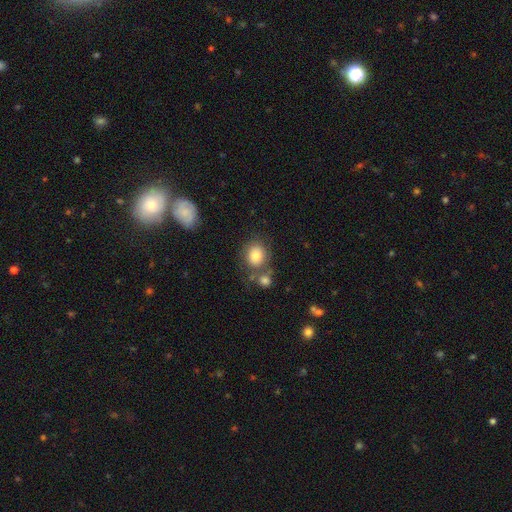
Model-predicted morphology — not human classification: A smooth galaxy with no disk features (80%) that is round (74%).

Vote fractions:
- Smooth or featured? smooth: 80% / featured or disk: 11% / star or artifact: 9%
- How rounded? round: 74% / in between: 25% / cigar-shaped: 1%
- Merging? none: 61% / merger: 21% / minor disturbance: 13% / major disturbance: 5%